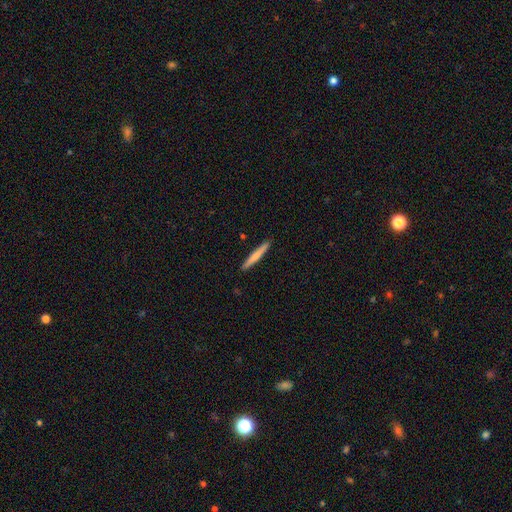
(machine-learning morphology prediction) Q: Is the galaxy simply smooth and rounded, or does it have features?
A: smooth — 61%.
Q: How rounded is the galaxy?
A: cigar-shaped — 96%.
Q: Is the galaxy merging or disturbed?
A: none — 92%.